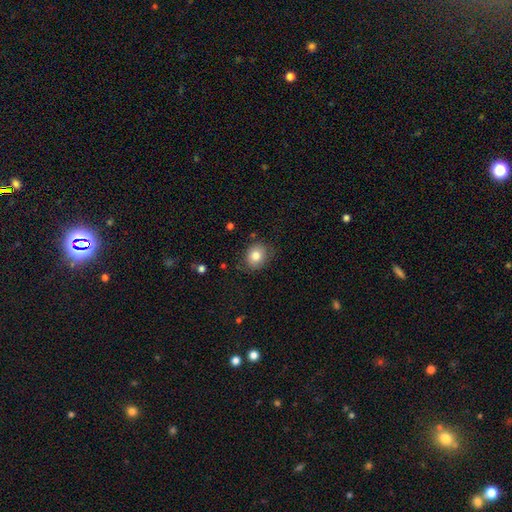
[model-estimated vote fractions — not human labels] The model was most divided on "how rounded": round: 59%, in between: 40%, cigar-shaped: 1%. More confident: smooth or featured — smooth (81%); merging — none (79%).